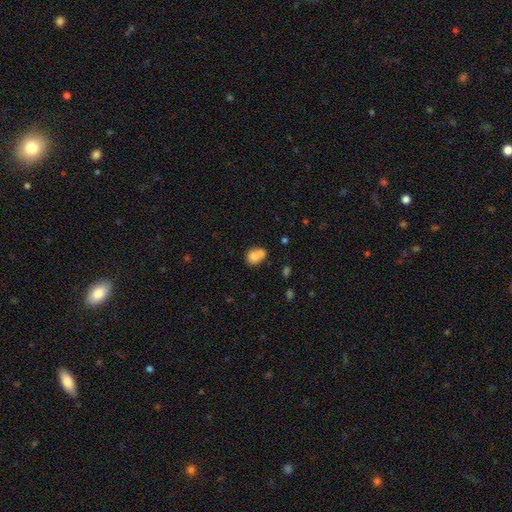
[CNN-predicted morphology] A smooth galaxy with no disk features (77%) that is in between round and cigar-shaped (65%).

Vote fractions:
- Smooth or featured? smooth: 77% / featured or disk: 14% / star or artifact: 10%
- How rounded? in between: 65% / round: 33% / cigar-shaped: 1%
- Merging? merger: 38% / none: 35% / minor disturbance: 19% / major disturbance: 8%